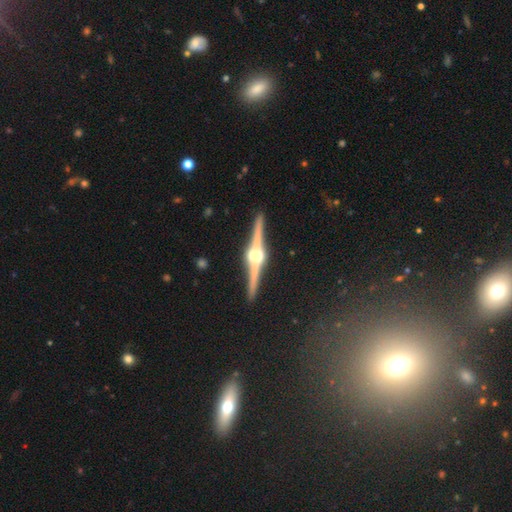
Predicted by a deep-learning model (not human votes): Morphology: type=featured or disk (90%); edge-on=yes (98%); edge-on bulge=rounded (95%); merging=none (92%).